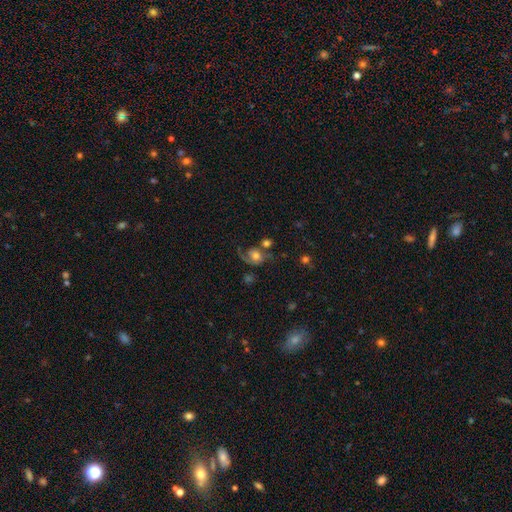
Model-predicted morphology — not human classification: This appears to be a featured or disk galaxy (55%) with no bar (72%), spiral arms (82%) and a moderate central bulge (58%). Merging: none (39%).